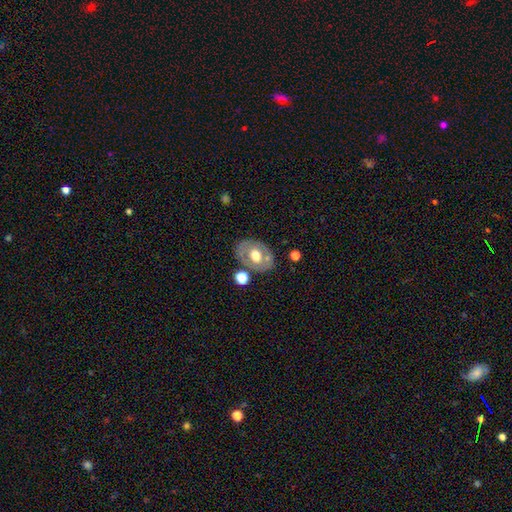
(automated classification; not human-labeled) This is possibly a smooth galaxy (47%). Merging: likely none (72%).